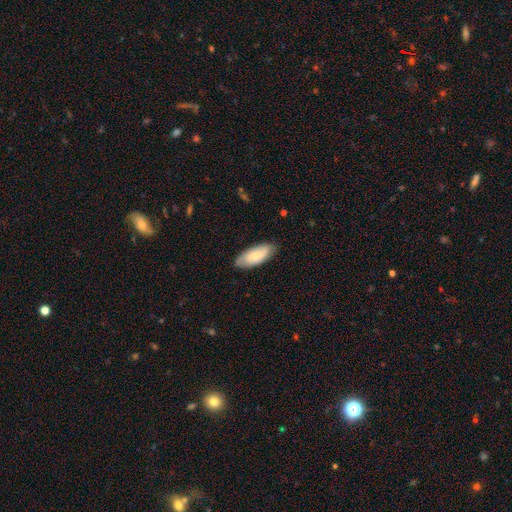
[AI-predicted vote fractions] smooth 74%, featured or disk 21%, star or artifact 6%. Down the decision tree: how rounded — in between (84%); merging — none (81%).